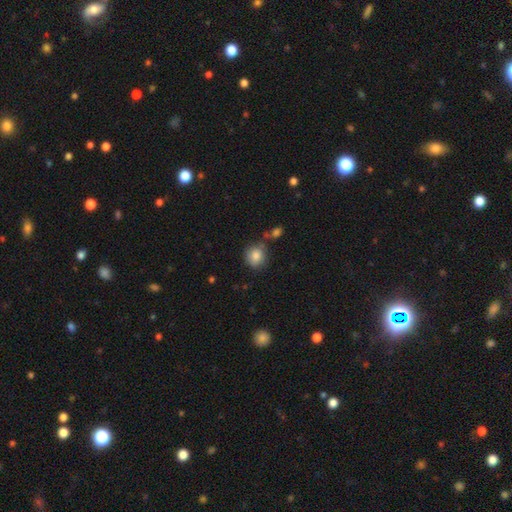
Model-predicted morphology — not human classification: smooth 85%, star or artifact 9%, featured or disk 6%. Down the decision tree: how rounded — round (80%); merging — none (70%).